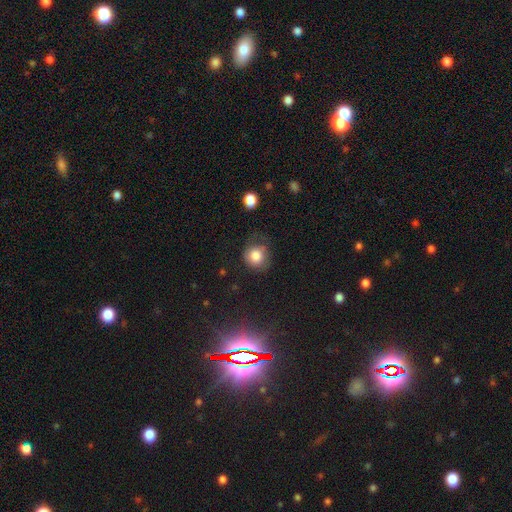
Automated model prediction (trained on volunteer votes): smooth 81%, star or artifact 10%, featured or disk 9%. Down the decision tree: how rounded — round (81%); merging — none (58%).